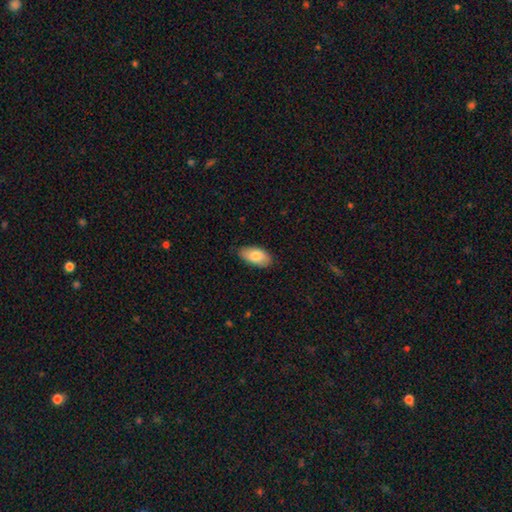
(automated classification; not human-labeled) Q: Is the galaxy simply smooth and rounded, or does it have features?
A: smooth — 84%.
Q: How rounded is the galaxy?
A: in between — 94%.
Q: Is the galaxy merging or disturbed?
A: none — 83%.